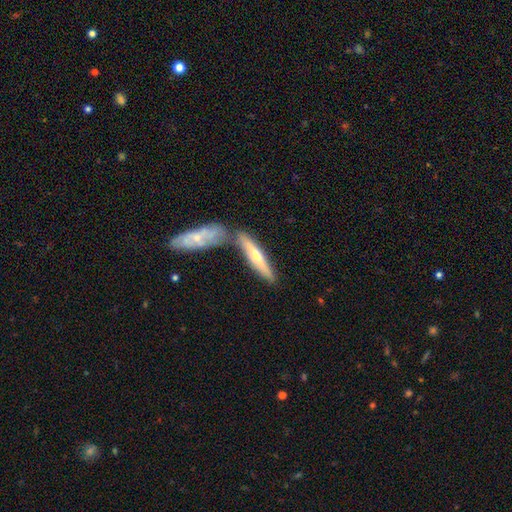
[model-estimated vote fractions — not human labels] This is possibly a featured or disk galaxy (58%). It is clearly viewed edge-on (89%). Edge-on bulge: clearly rounded (85%). Merging: likely none (63%).